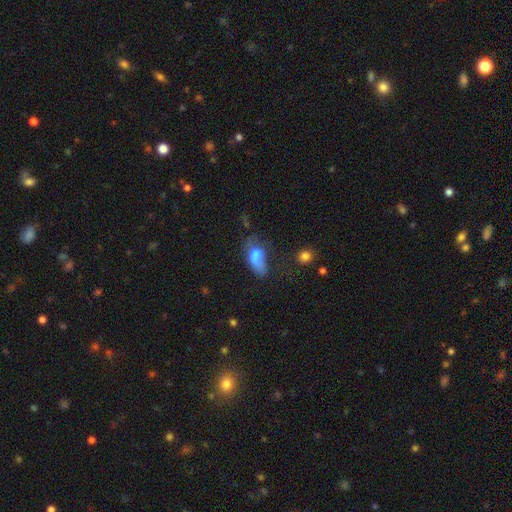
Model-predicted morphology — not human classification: smooth_or_featured: smooth (p=0.64) [alt: featured or disk p=0.24]
how_rounded: in between (p=0.84) [alt: round p=0.10]
merging: major disturbance (p=0.38) [alt: minor disturbance p=0.22]